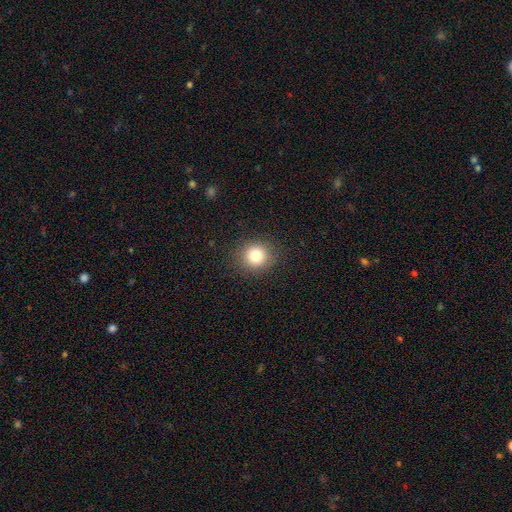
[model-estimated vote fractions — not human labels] smooth 81%, star or artifact 12%, featured or disk 7%. Down the decision tree: how rounded — round (88%); merging — none (89%).